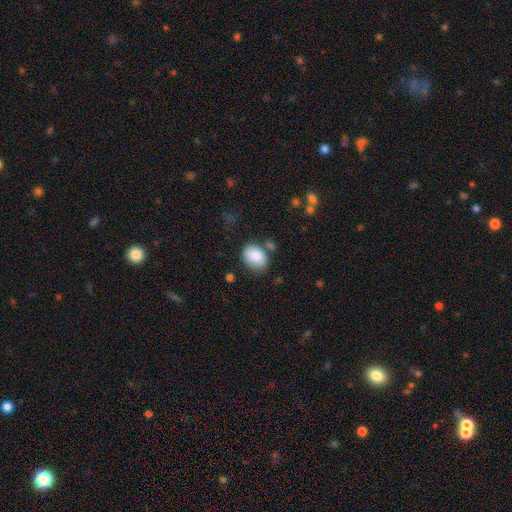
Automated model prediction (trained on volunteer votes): smooth-or-featured: smooth: 81% | featured or disk: 11% | star or artifact: 8%
  how-rounded: in between: 58% | round: 41% | cigar-shaped: 1%
  merging: none: 69% | minor disturbance: 18% | merger: 8% | major disturbance: 5%